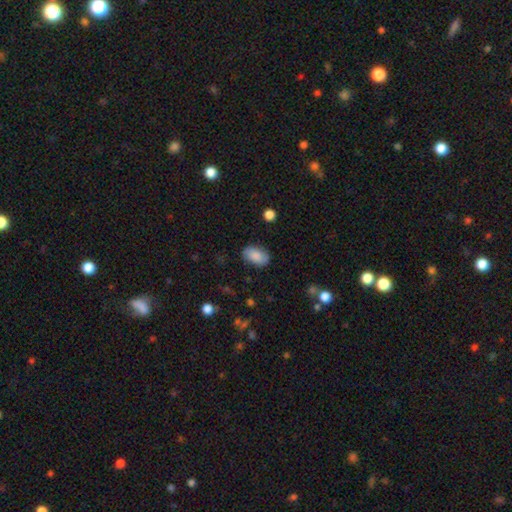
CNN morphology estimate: The model was most divided on "smooth or featured": smooth: 78%, featured or disk: 15%, star or artifact: 7%. More confident: how rounded — in between (91%); merging — none (81%).